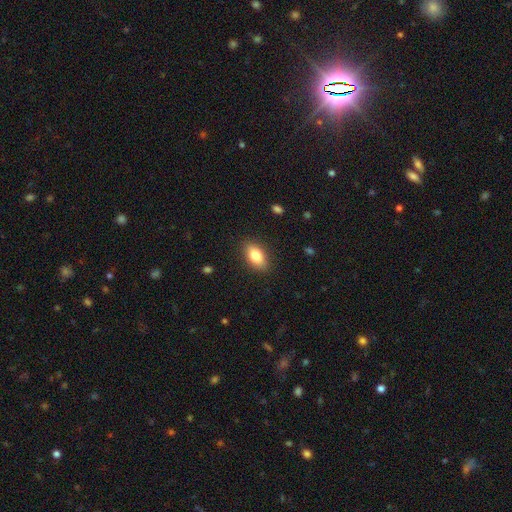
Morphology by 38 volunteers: Smooth or featured? smooth (82%)
How rounded? in between (94%)
Merging? none (94%)